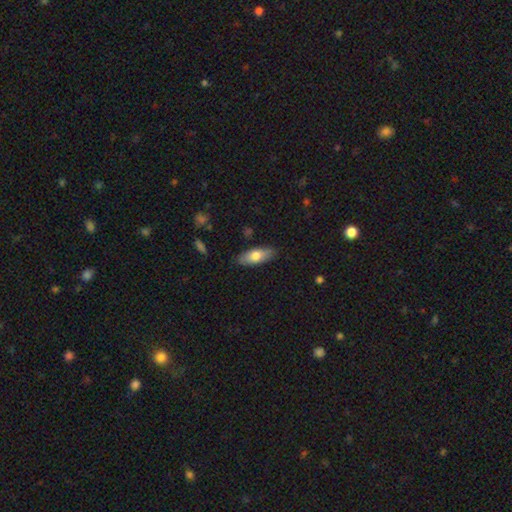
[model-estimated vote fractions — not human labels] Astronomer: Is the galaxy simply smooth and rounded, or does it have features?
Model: smooth — 71%.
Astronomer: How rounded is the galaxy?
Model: in between — 73%.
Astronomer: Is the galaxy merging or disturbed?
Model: none — 86%.